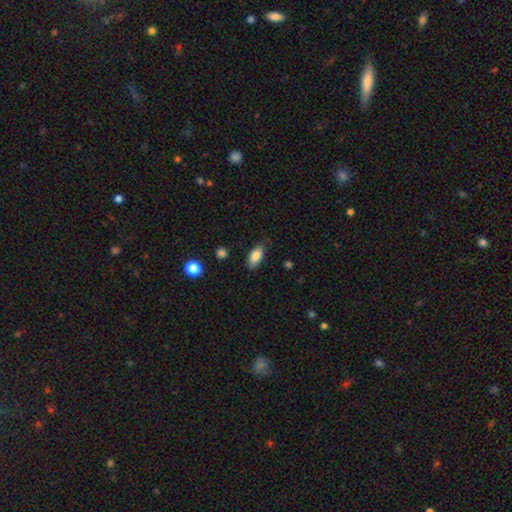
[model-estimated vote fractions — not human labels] Overall: smooth (82%). How rounded: in between (86%). Merging: none (74%).